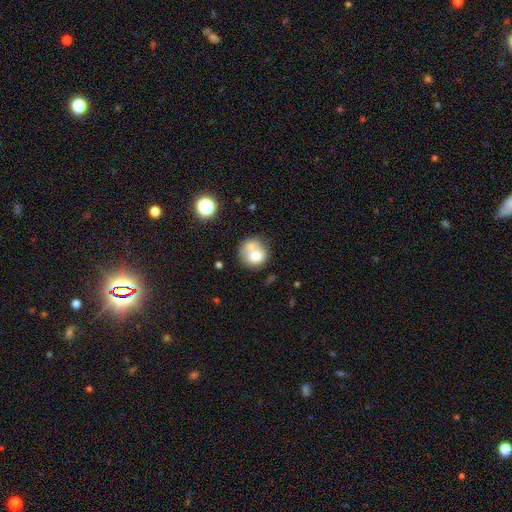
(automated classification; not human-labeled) This appears to be a smooth galaxy with no disk features (68%) that is round (83%). Merging: merger (42%).